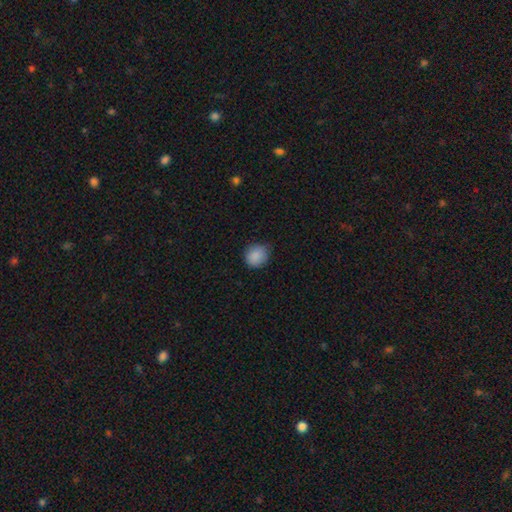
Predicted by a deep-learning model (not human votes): Smooth or featured: smooth — 88% (star or artifact — 8%)
How rounded: round — 80% (in between — 19%)
Merging: none — 79% (minor disturbance — 17%)